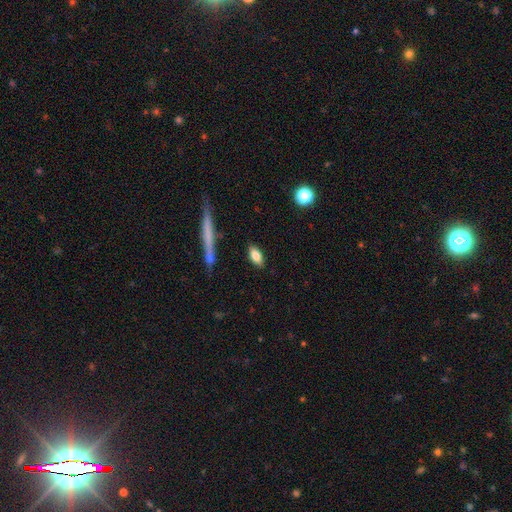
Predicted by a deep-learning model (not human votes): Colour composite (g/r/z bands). It shows a smooth galaxy with no disk features (78%) that is in between round and cigar-shaped (83%). Merging: none (84%).